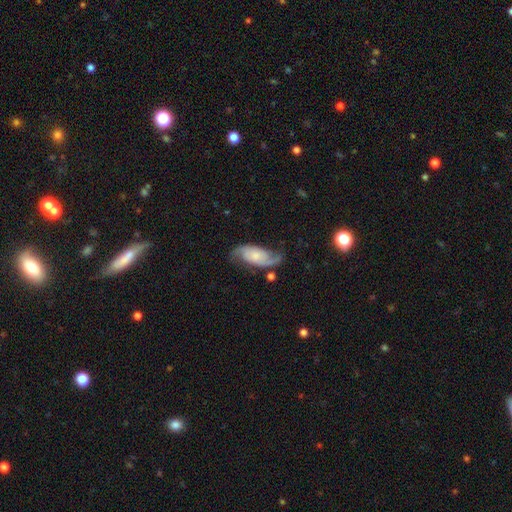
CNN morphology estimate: Overall: featured or disk (76%). Edge-on disk: no (94%). Bar: no (67%). Spiral arms: yes (94%). Spiral arm count: 2 (89%). Spiral winding: loose (47%; medium 37%). Bulge size: small (43%; moderate 30%). Merging: none (63%).